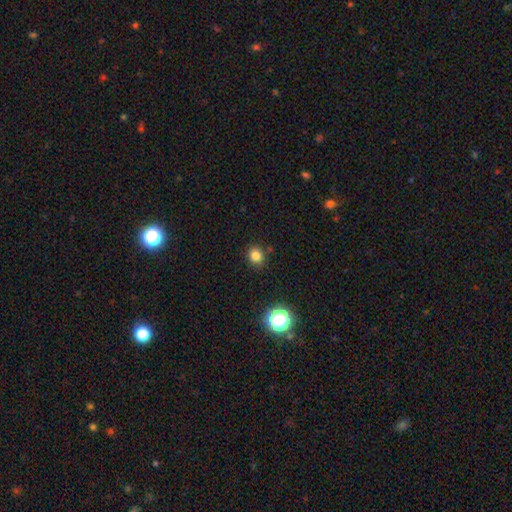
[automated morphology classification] A smooth galaxy with no disk features (81%) that is round (79%).

Vote fractions:
- Smooth or featured? smooth: 81% / star or artifact: 14% / featured or disk: 5%
- How rounded? round: 79% / in between: 20% / cigar-shaped: 1%
- Merging? none: 87% / minor disturbance: 8% / merger: 3% / major disturbance: 2%